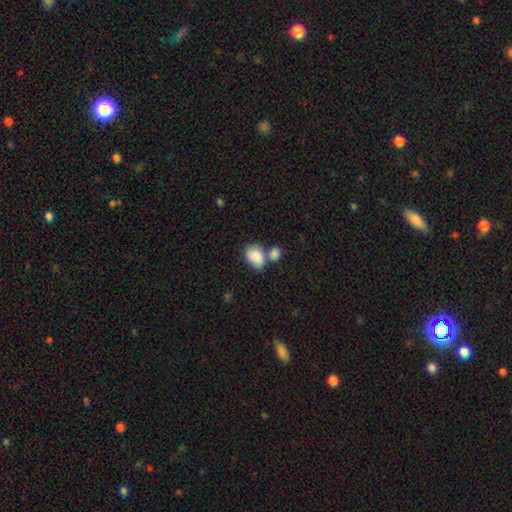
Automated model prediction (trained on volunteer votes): smooth_or_featured: smooth (p=0.78) [alt: featured or disk p=0.15]
how_rounded: in between (p=0.80) [alt: round p=0.19]
merging: merger (p=0.45) [alt: none p=0.35]